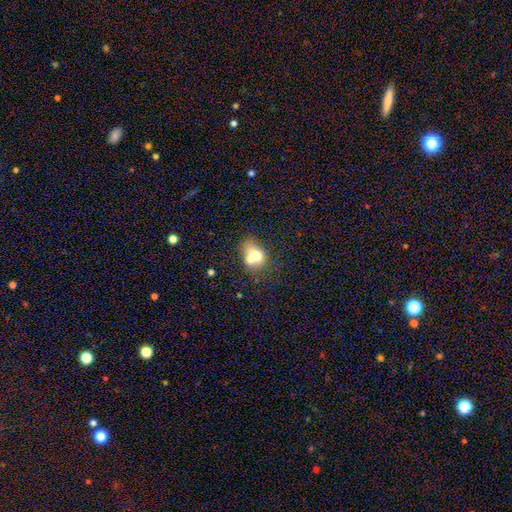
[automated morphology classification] Smooth or featured? smooth (65%)
How rounded? in between (57%)
Merging? merger (52%)